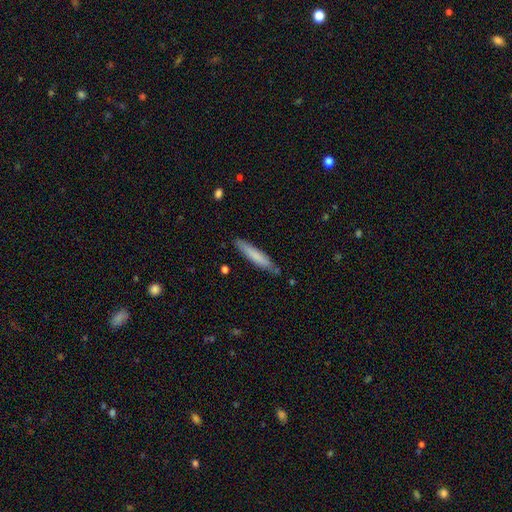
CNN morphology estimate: A smooth galaxy with no disk features (75%) that is cigar-shaped (91%). Merging: none (81%).